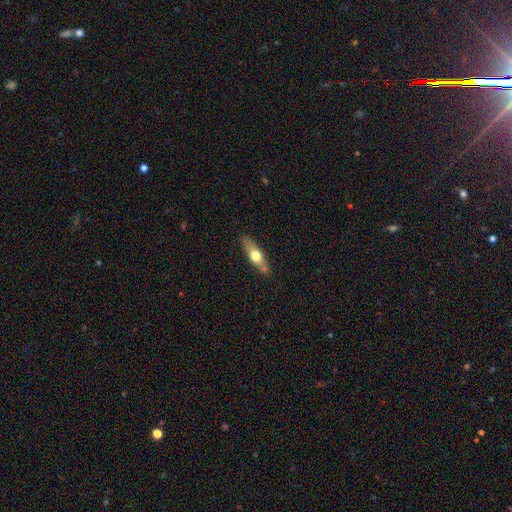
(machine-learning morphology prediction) smooth_or_featured: smooth (p=0.52) [alt: featured or disk p=0.42]
how_rounded: cigar-shaped (p=0.56) [alt: in between p=0.41]
merging: none (p=0.78) [alt: minor disturbance p=0.15]